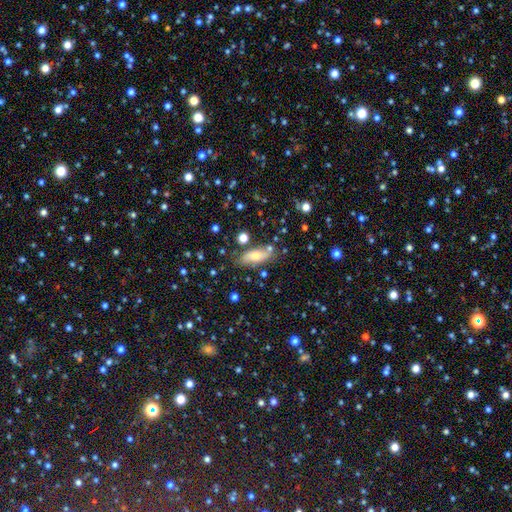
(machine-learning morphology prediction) Smooth or featured? Predicted: smooth (p=0.59). How rounded? Predicted: in between (p=0.74). Merging? Predicted: none (p=0.76).